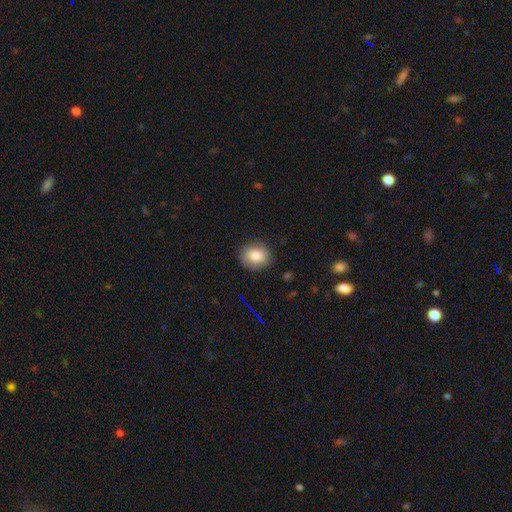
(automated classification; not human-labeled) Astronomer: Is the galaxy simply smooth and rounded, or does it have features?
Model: smooth — 83%.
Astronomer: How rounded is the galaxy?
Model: round — 57% (runner-up: in between, 42%).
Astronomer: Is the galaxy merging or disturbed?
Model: none — 83%.